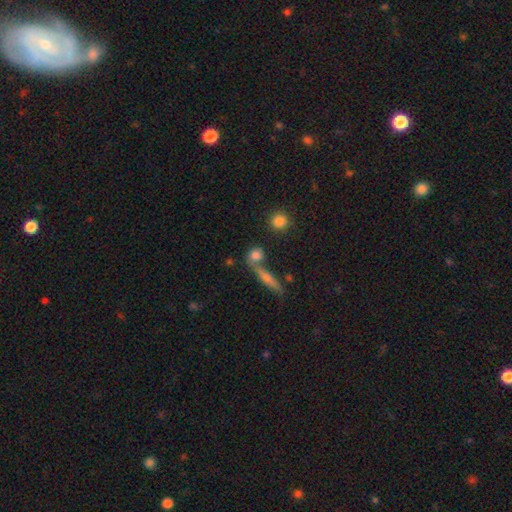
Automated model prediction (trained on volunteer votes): A smooth galaxy with no disk features (76%) that is round (64%).

Vote fractions:
- Smooth or featured? smooth: 76% / featured or disk: 12% / star or artifact: 11%
- How rounded? round: 64% / in between: 22% / cigar-shaped: 13%
- Merging? none: 58% / merger: 27% / minor disturbance: 10% / major disturbance: 5%